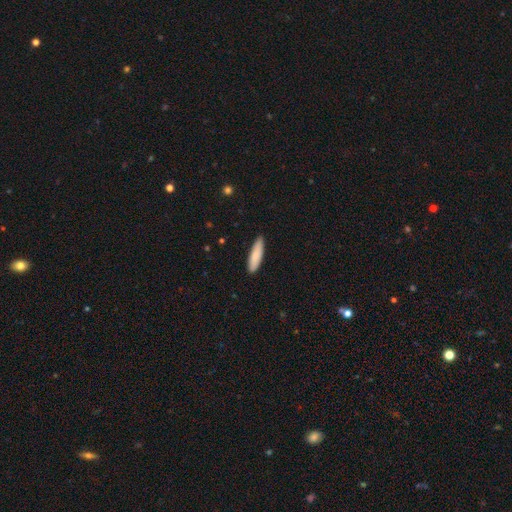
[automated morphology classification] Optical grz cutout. It shows a smooth galaxy with no disk features (85%) that is cigar-shaped (67%). Merging: none (86%).